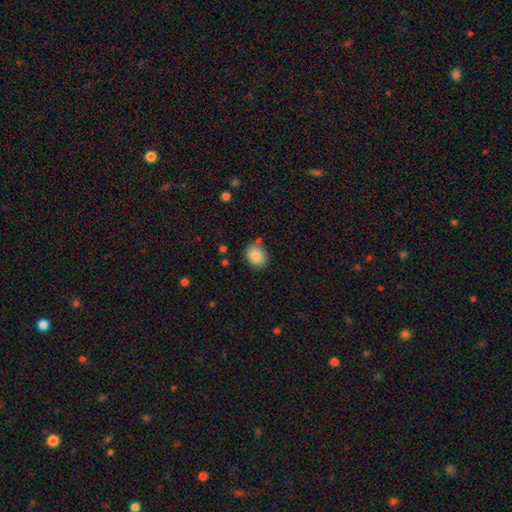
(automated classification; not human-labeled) Smooth or featured: smooth — 85% (star or artifact — 8%)
How rounded: round — 50% (in between — 49%)
Merging: none — 79% (minor disturbance — 14%)